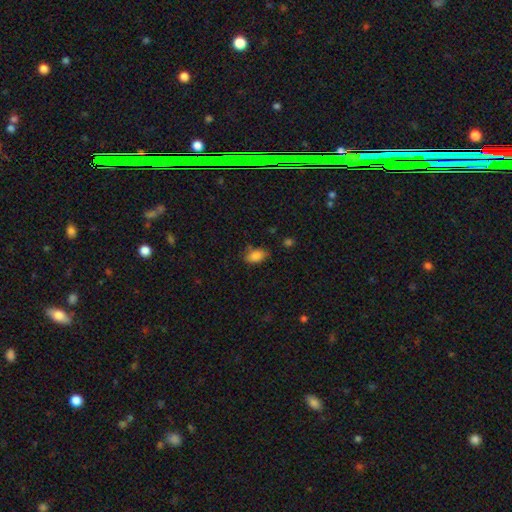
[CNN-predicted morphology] Smooth or featured?
  - smooth: 85% *
  - star or artifact: 8%
  - featured or disk: 7%
How rounded?
  - in between: 90% *
  - round: 7%
  - cigar-shaped: 3%
Merging?
  - none: 72% *
  - minor disturbance: 21%
  - major disturbance: 5%
  - merger: 2%